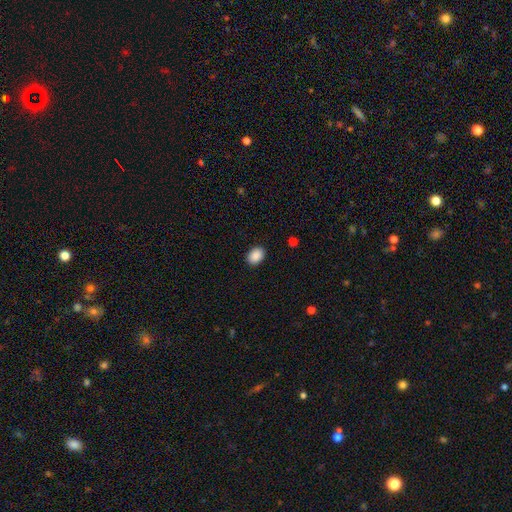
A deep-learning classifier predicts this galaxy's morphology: Q: Smooth or featured?
A: smooth (90%); runner-up: star or artifact (8%)
Q: How rounded?
A: in between (71%); runner-up: round (28%)
Q: Merging?
A: none (90%); runner-up: minor disturbance (7%)